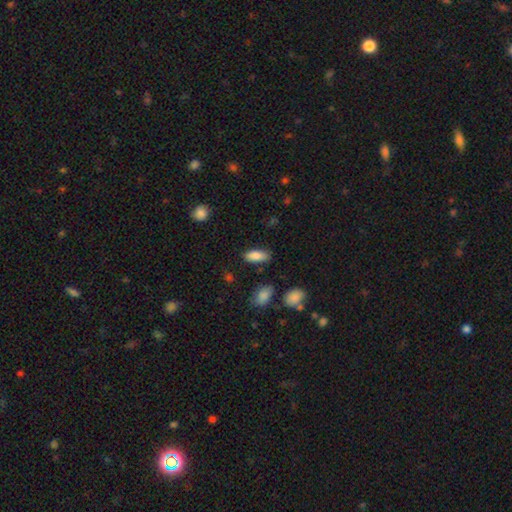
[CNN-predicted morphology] This is clearly a smooth galaxy (86%). How rounded: clearly in between (84%). Merging: clearly none (81%).